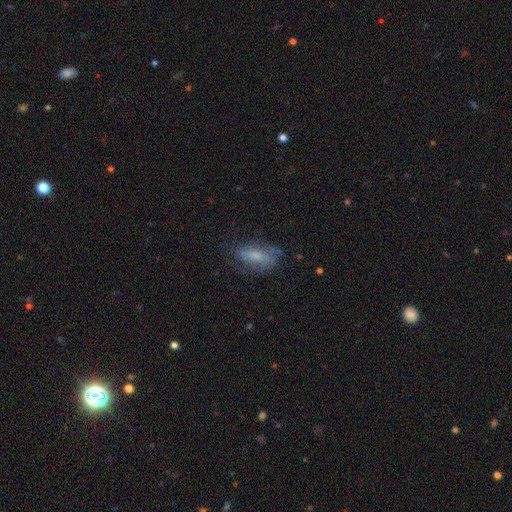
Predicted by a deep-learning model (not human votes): Q: Smooth or featured?
A: smooth (54%); runner-up: featured or disk (37%)
Q: How rounded?
A: in between (73%); runner-up: cigar-shaped (23%)
Q: Merging?
A: none (59%); runner-up: minor disturbance (26%)